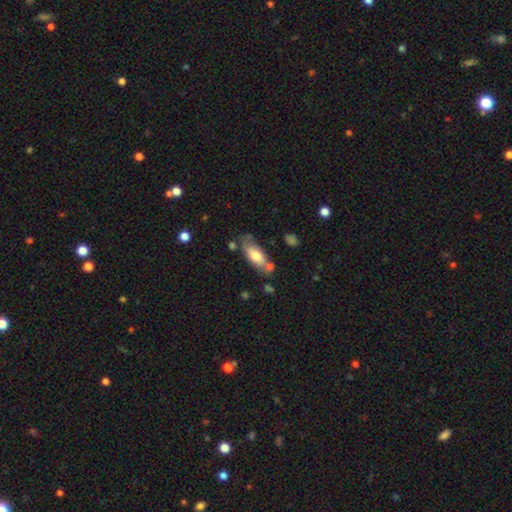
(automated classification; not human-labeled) This is likely a smooth galaxy (70%). How rounded: likely in between (79%). Merging: possibly none (60%).